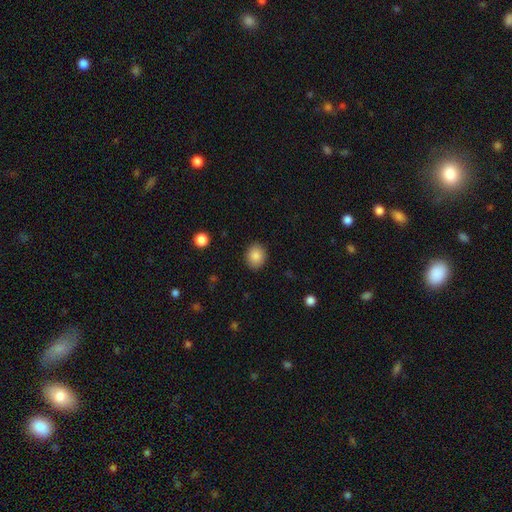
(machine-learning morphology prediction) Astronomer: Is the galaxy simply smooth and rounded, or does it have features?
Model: smooth — 86%.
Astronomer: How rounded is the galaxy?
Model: round — 60% (runner-up: in between, 39%).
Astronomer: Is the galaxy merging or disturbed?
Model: none — 89%.